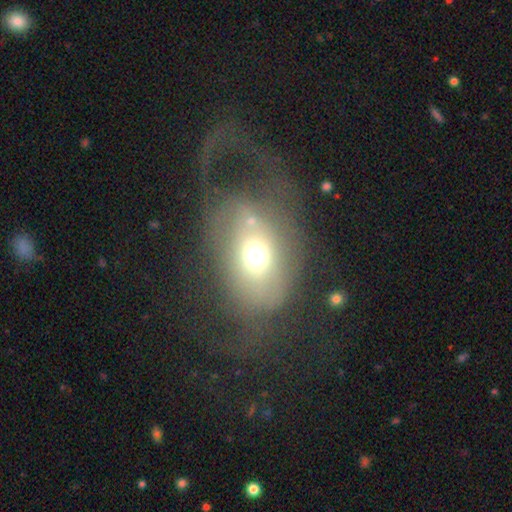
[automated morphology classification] Overall: smooth (55%; featured or disk 30%). How rounded: in between (60%; round 38%). Merging: none (41%; major disturbance 35%).